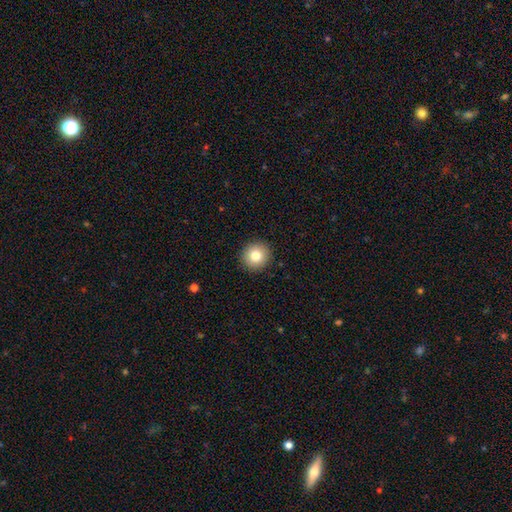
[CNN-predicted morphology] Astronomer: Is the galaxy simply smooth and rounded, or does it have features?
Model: smooth — 81%.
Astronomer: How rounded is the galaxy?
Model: round — 92%.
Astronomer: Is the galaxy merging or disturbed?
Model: none — 92%.